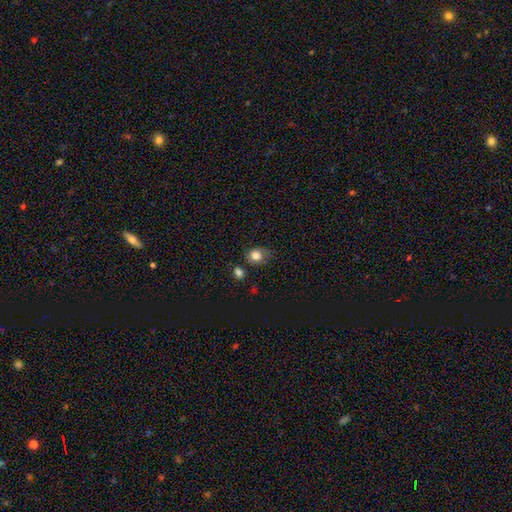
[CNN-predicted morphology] The model was most divided on "how rounded": round: 62%, in between: 37%, cigar-shaped: 1%. More confident: smooth or featured — smooth (81%); merging — none (54%).